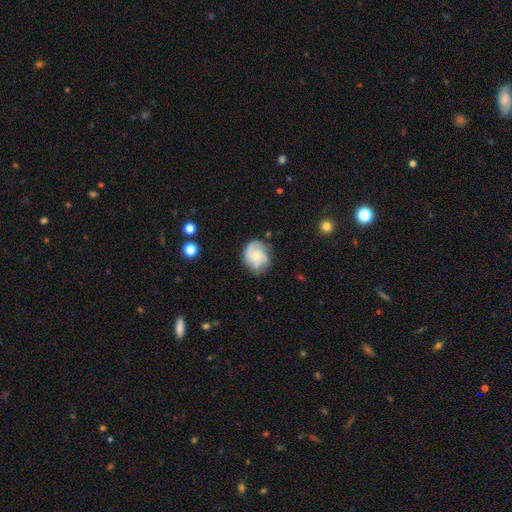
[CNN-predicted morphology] This appears to be a featured or disk galaxy (57%) with no bar (75%), 3 (43%) medium (44%) spiral arms (90%) and a small central bulge (55%). Merging: none (70%).